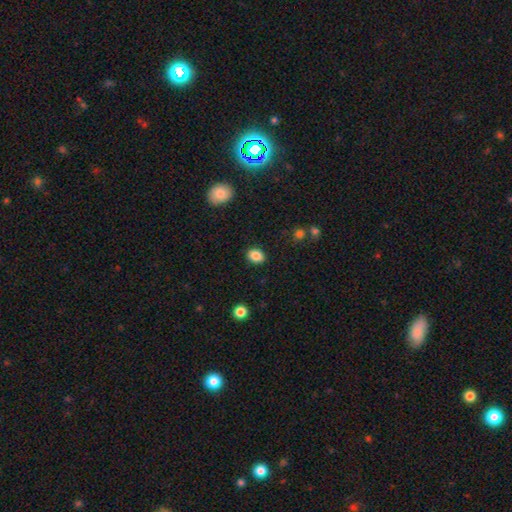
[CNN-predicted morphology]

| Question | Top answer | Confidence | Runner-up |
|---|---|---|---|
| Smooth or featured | smooth | 86% | star or artifact (9%) |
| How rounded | in between | 61% | round (38%) |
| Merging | none | 89% | minor disturbance (8%) |